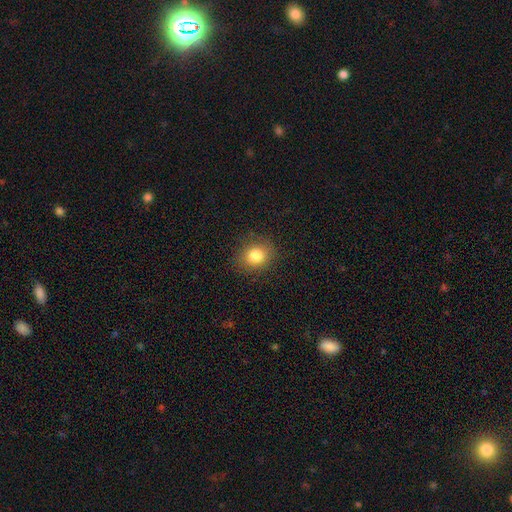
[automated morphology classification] A smooth galaxy with no disk features (83%) that is round (64%).

Vote fractions:
- Smooth or featured? smooth: 83% / star or artifact: 10% / featured or disk: 7%
- How rounded? round: 64% / in between: 35% / cigar-shaped: 1%
- Merging? none: 86% / minor disturbance: 10% / major disturbance: 3% / merger: 1%